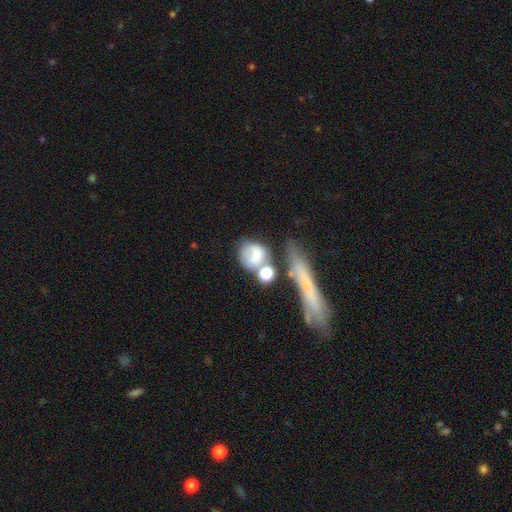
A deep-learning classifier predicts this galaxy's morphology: Smooth or featured? Predicted: smooth (p=0.65). How rounded? Predicted: round (p=0.67). Merging? Predicted: none (p=0.38).